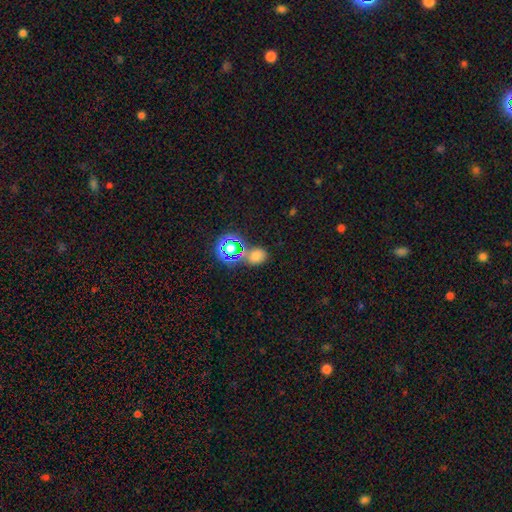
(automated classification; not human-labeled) Smooth or featured? smooth (60%)
How rounded? in between (52%)
Merging? none (61%)